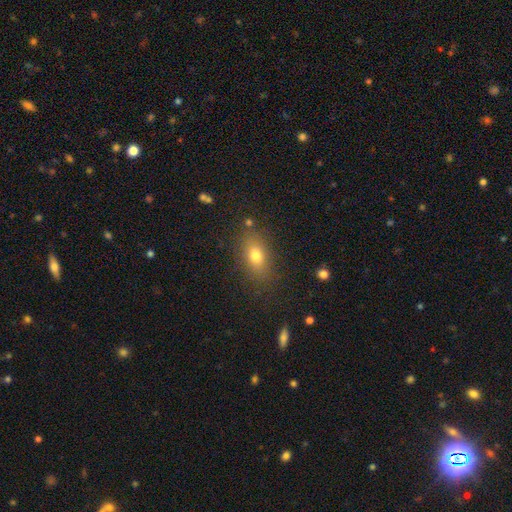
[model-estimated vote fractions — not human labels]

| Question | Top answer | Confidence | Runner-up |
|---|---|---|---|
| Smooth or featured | smooth | 74% | featured or disk (13%) |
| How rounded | in between | 78% | round (16%) |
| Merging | none | 82% | minor disturbance (11%) |